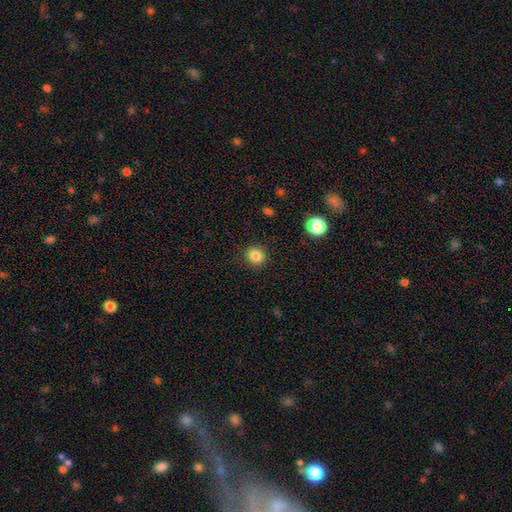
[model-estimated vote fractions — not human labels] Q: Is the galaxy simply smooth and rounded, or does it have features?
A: smooth — 85%.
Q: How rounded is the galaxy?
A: round — 90%.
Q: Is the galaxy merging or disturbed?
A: none — 91%.